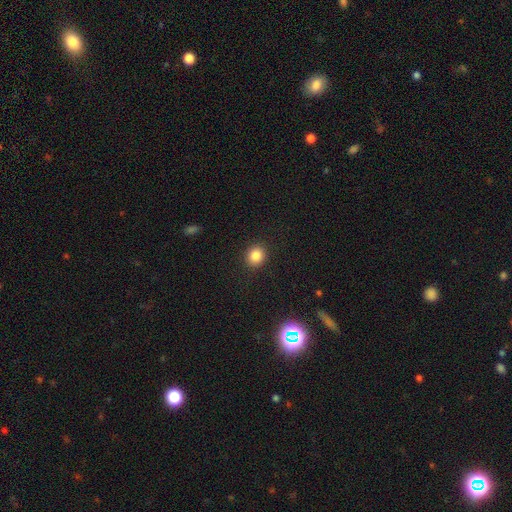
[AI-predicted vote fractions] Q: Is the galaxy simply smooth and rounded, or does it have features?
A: smooth — 85%.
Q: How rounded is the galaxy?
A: round — 75%.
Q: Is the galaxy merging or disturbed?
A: none — 90%.